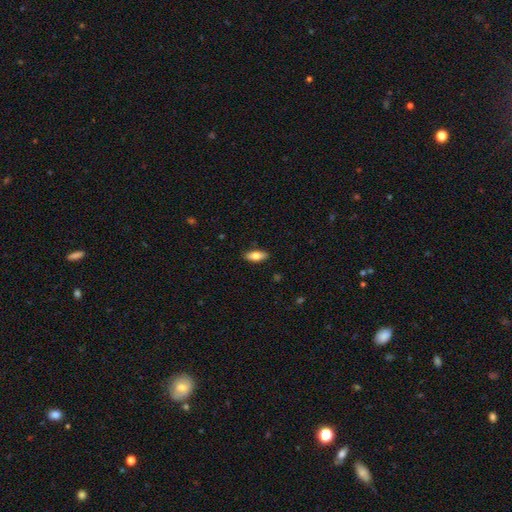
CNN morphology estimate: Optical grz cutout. It shows a smooth galaxy with no disk features (72%) that is in between round and cigar-shaped (77%). Merging: none (88%).